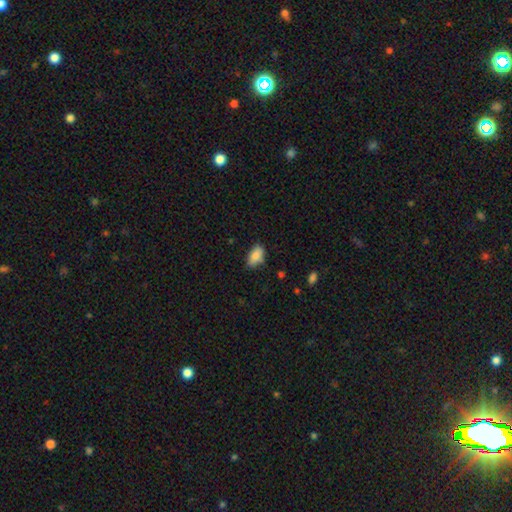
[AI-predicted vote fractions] A smooth galaxy with no disk features (86%) that is in between round and cigar-shaped (91%). Merging: none (70%).